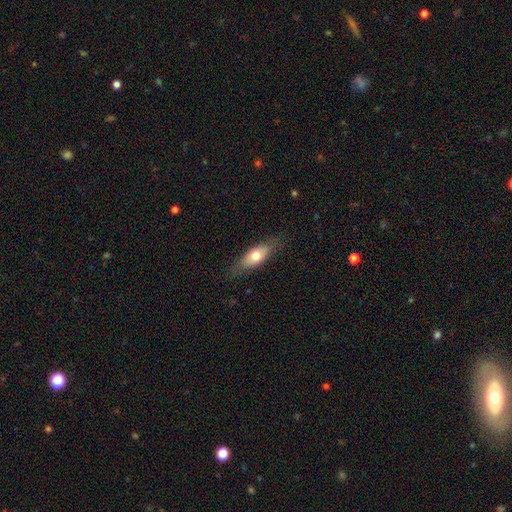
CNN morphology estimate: A smooth galaxy with no disk features (67%) that is in between round and cigar-shaped (70%).

Vote fractions:
- Smooth or featured? smooth: 67% / featured or disk: 27% / star or artifact: 6%
- How rounded? in between: 70% / cigar-shaped: 27% / round: 3%
- Merging? none: 79% / minor disturbance: 16% / major disturbance: 4% / merger: 1%